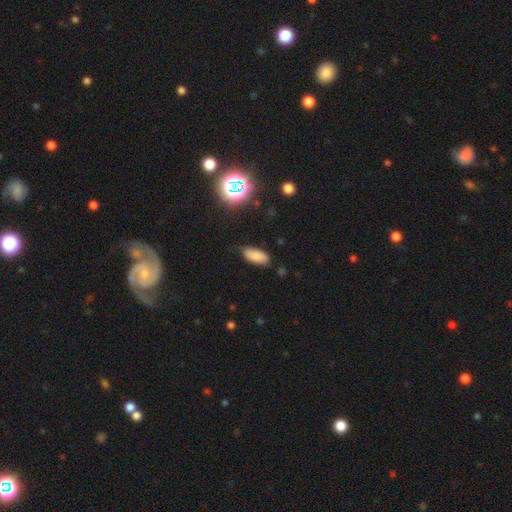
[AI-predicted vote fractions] Q: Smooth or featured?
A: smooth (81%); runner-up: star or artifact (11%)
Q: How rounded?
A: in between (87%); runner-up: cigar-shaped (10%)
Q: Merging?
A: none (81%); runner-up: minor disturbance (15%)